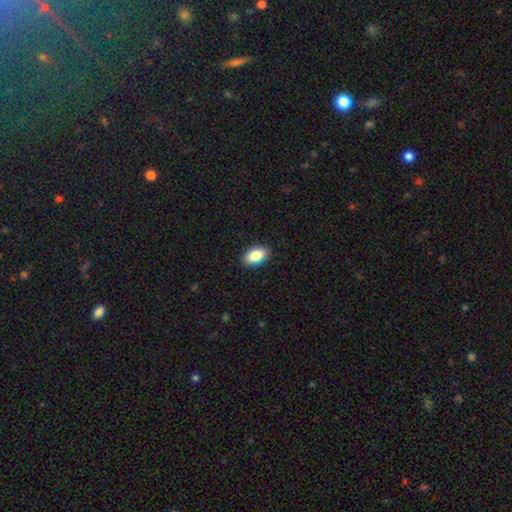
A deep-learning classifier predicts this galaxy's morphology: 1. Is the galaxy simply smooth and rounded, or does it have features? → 86% smooth, 7% star or artifact, 7% featured or disk.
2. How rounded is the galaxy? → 93% in between, 5% round, 2% cigar-shaped.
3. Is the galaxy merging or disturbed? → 90% none, 7% minor disturbance, 2% major disturbance, 1% merger.